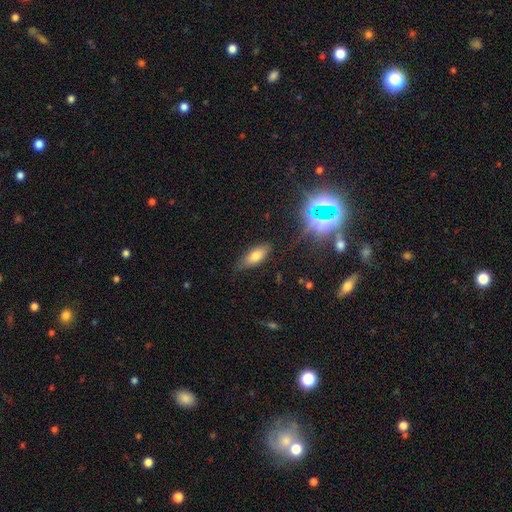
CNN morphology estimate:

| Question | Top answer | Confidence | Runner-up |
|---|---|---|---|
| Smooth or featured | smooth | 73% | featured or disk (14%) |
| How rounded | in between | 81% | cigar-shaped (16%) |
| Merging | none | 78% | minor disturbance (17%) |